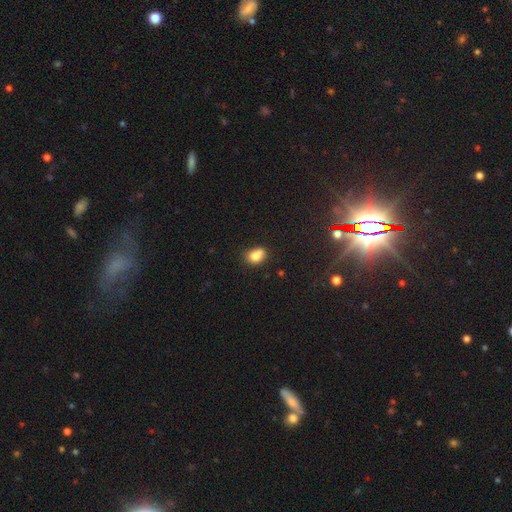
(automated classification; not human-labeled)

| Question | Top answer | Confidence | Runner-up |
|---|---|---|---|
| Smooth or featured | smooth | 78% | star or artifact (11%) |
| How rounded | in between | 62% | round (36%) |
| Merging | none | 47% | minor disturbance (24%) |